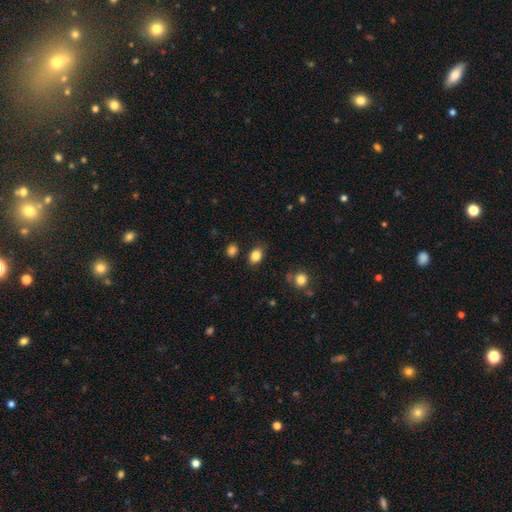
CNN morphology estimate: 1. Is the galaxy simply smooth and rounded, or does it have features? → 84% smooth, 11% star or artifact, 5% featured or disk.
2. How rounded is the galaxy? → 63% in between, 36% round, 1% cigar-shaped.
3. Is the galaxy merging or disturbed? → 81% none, 13% minor disturbance, 3% major disturbance, 3% merger.